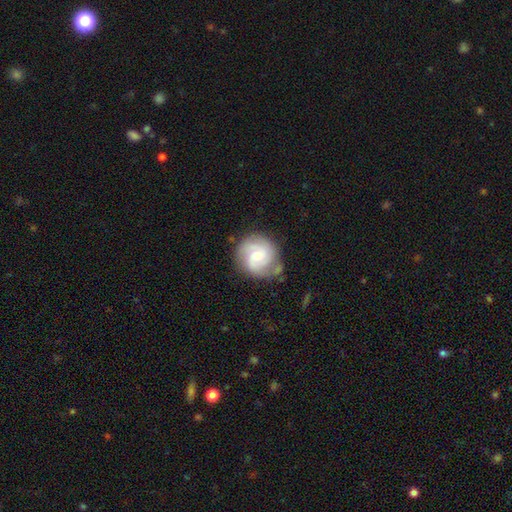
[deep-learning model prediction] smooth-or-featured: featured or disk: 71% | smooth: 23% | star or artifact: 6%
  disk-edge-on: no: 98% | yes: 2%
    bar: no: 52% | weak: 42% | strong: 7%
    has-spiral-arms: yes: 94% | no: 6%
      spiral-winding: medium: 45% | tight: 40% | loose: 15%
      spiral-arm-count: 2: 51% | 3: 24% | can't tell: 14% | 1: 4% | 4: 4% | more than 4: 3%
    bulge-size: small: 48% | moderate: 44% | large: 4% | none: 3% | dominant: 1%
  merging: none: 71% | minor disturbance: 19% | major disturbance: 7% | merger: 4%